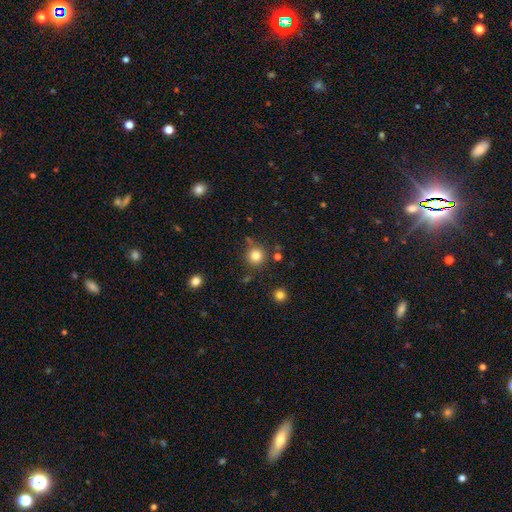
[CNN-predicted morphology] This is clearly a smooth galaxy (81%). How rounded: clearly round (94%). Merging: clearly none (81%).